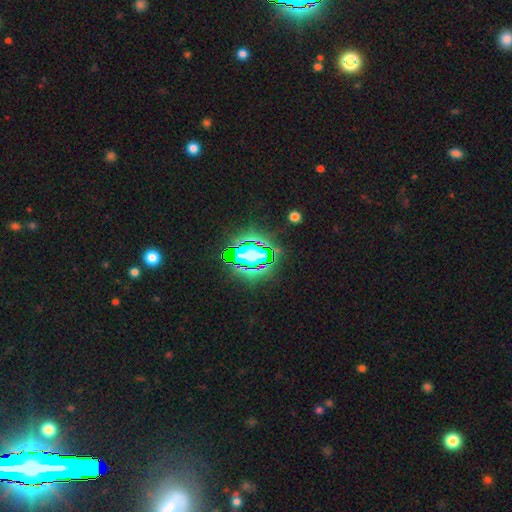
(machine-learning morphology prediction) Q: Smooth or featured?
A: star or artifact (66%); runner-up: smooth (18%)